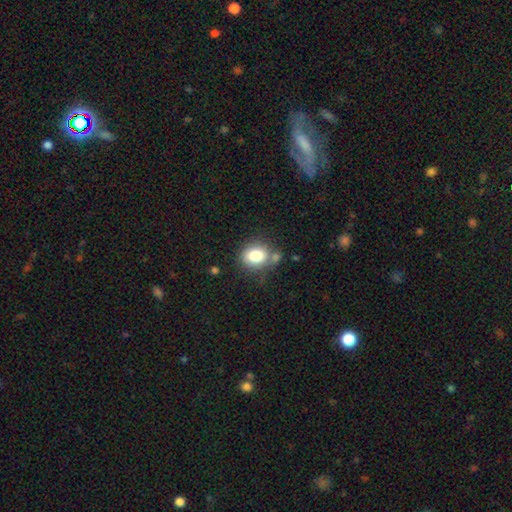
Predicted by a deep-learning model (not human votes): smooth 81%, star or artifact 10%, featured or disk 9%. Down the decision tree: how rounded — round (55%); merging — none (67%).